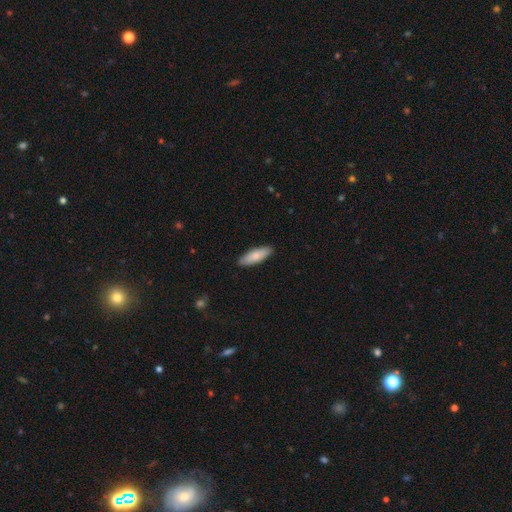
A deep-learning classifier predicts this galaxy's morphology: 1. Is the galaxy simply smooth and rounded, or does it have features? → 81% smooth, 14% featured or disk, 5% star or artifact.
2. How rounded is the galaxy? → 55% in between, 43% cigar-shaped, 2% round.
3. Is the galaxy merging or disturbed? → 89% none, 8% minor disturbance, 2% major disturbance, 1% merger.